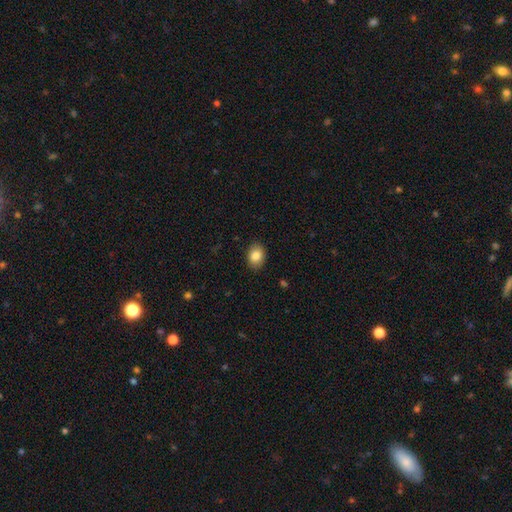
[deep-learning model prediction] Smooth or featured? Predicted: smooth (p=0.85). How rounded? Predicted: in between (p=0.75). Merging? Predicted: none (p=0.87).